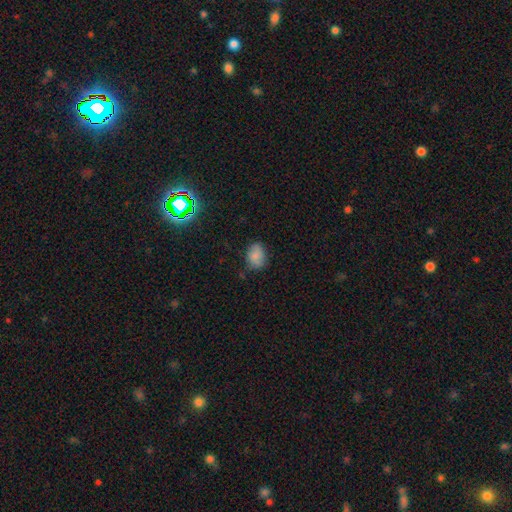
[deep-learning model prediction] Q: Smooth or featured?
A: smooth (82%); runner-up: star or artifact (10%)
Q: How rounded?
A: in between (71%); runner-up: round (28%)
Q: Merging?
A: none (75%); runner-up: minor disturbance (20%)